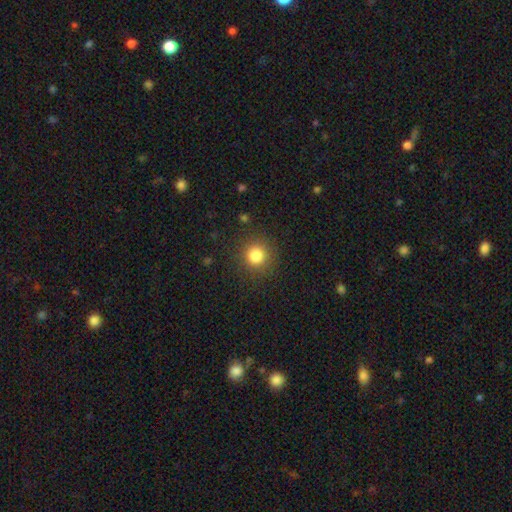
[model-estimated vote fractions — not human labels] smooth_or_featured: smooth (p=0.83) [alt: star or artifact p=0.11]
how_rounded: round (p=0.93) [alt: in between p=0.06]
merging: none (p=0.88) [alt: minor disturbance p=0.07]